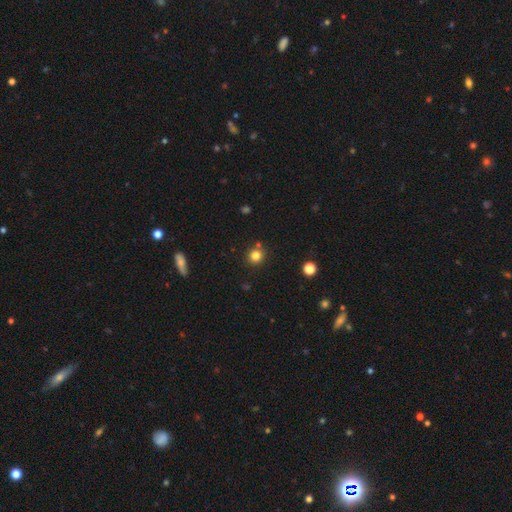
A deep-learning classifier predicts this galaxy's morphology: This is clearly a smooth galaxy (80%). How rounded: clearly round (90%). Merging: clearly none (80%).